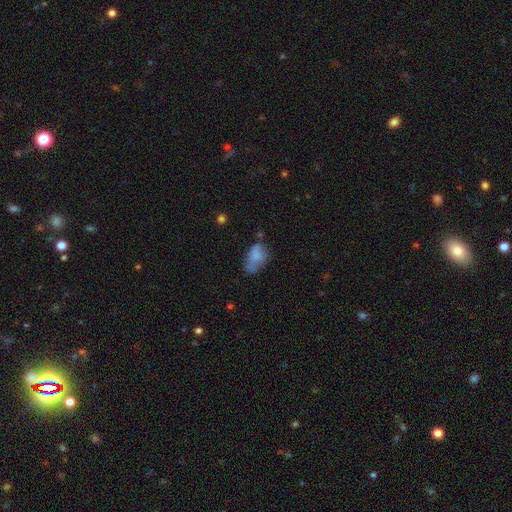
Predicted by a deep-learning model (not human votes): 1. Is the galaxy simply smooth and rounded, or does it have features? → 66% smooth, 23% featured or disk, 11% star or artifact.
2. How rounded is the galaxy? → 87% in between, 11% round, 2% cigar-shaped.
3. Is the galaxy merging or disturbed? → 37% none, 30% minor disturbance, 20% major disturbance, 13% merger.